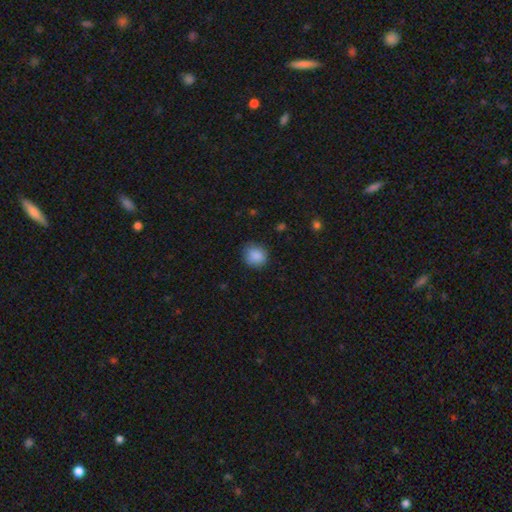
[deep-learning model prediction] smooth-or-featured: smooth: 88% | star or artifact: 8% | featured or disk: 4%
  how-rounded: round: 82% | in between: 17% | cigar-shaped: 1%
  merging: none: 82% | minor disturbance: 14% | major disturbance: 3% | merger: 1%